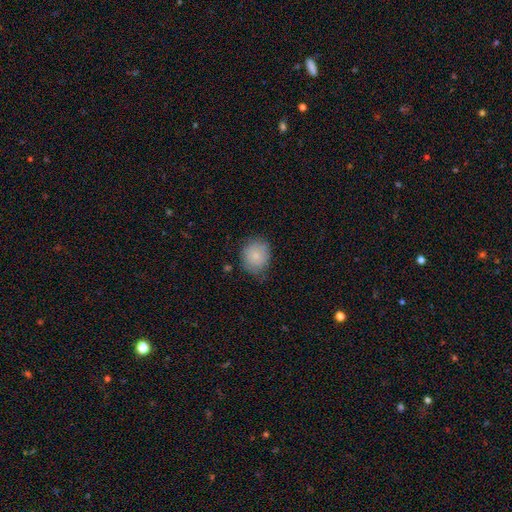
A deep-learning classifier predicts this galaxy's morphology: type=smooth (80%); roundness=round (78%); merging=none (67%).